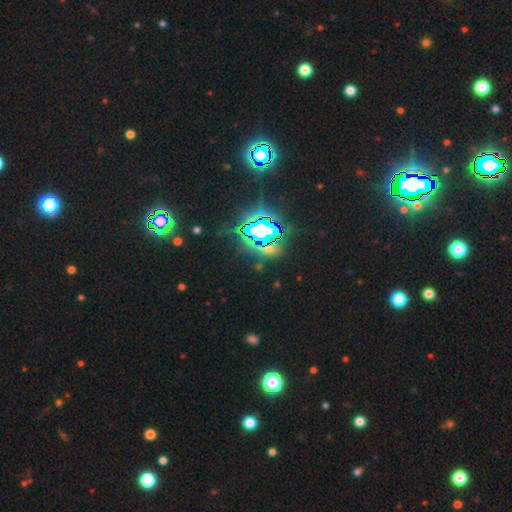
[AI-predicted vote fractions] This is clearly a star or artifact rather than a galaxy (83%).